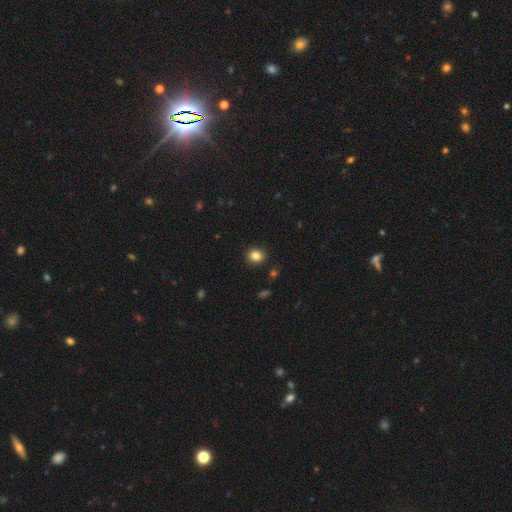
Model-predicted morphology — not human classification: Smooth or featured: smooth — 85% (star or artifact — 11%)
How rounded: round — 65% (in between — 35%)
Merging: none — 90% (minor disturbance — 7%)